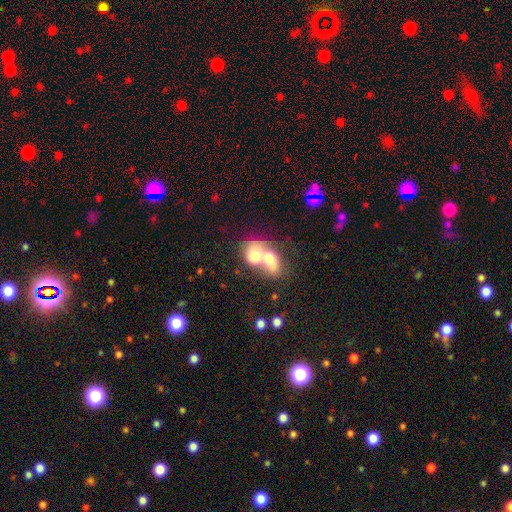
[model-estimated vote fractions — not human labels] Smooth or featured? Predicted: smooth (p=0.66). How rounded? Predicted: in between (p=0.61). Merging? Predicted: merger (p=0.81).